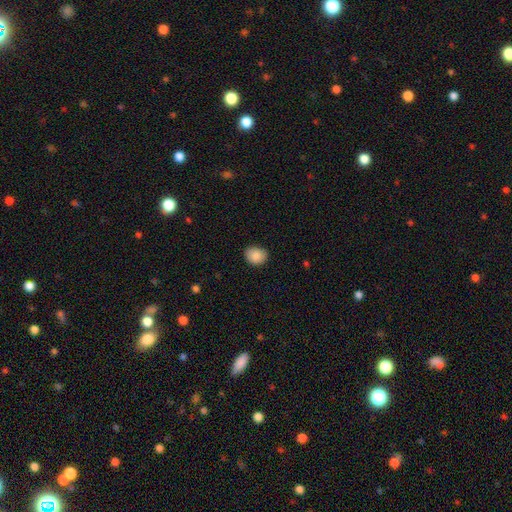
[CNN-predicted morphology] Overall: smooth (88%). How rounded: round (56%; in between 44%). Merging: none (85%).